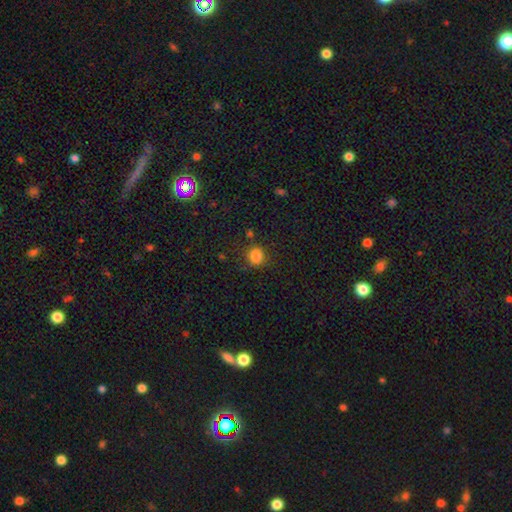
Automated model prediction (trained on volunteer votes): This is clearly a smooth galaxy (83%). How rounded: likely round (80%). Merging: likely none (78%).